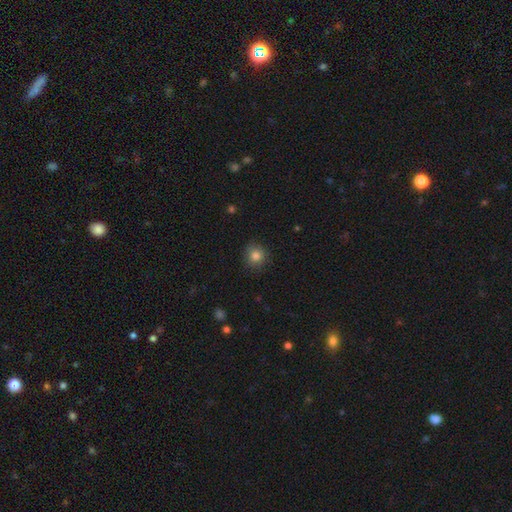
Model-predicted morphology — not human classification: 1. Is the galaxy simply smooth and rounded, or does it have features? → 83% smooth, 11% star or artifact, 6% featured or disk.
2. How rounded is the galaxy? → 91% round, 8% in between, 1% cigar-shaped.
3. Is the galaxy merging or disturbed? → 86% none, 10% minor disturbance, 2% major disturbance, 1% merger.